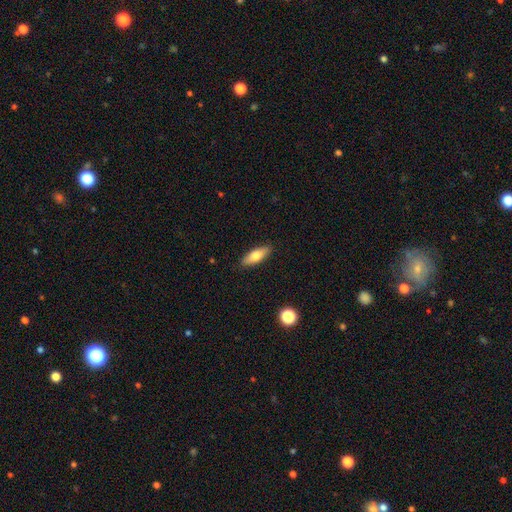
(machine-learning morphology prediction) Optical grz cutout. It shows a smooth galaxy with no disk features (71%) that is in between round and cigar-shaped (63%). Merging: none (89%).